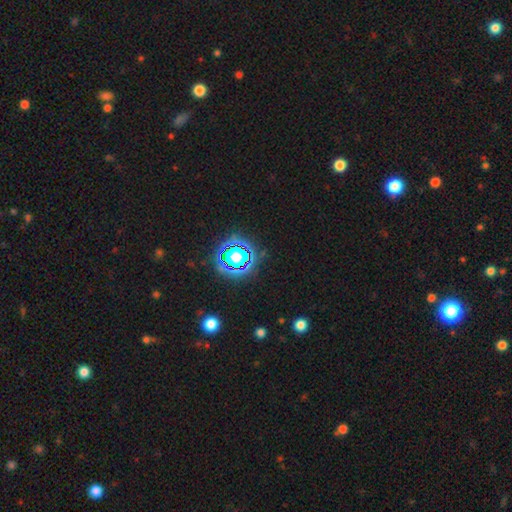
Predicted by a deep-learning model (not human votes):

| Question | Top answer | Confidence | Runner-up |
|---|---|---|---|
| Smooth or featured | star or artifact | 78% | smooth (14%) |